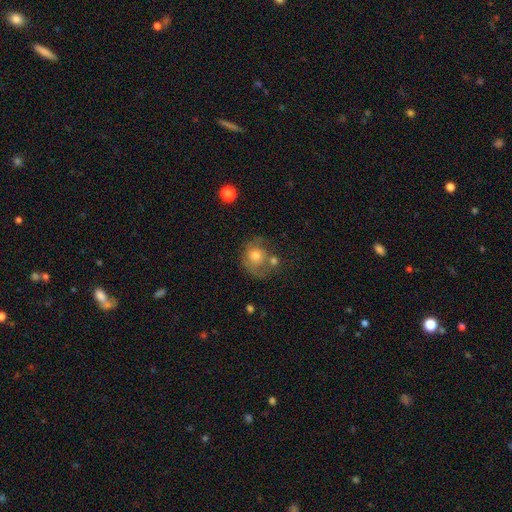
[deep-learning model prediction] smooth_or_featured: smooth (p=0.58) [alt: featured or disk p=0.32]
how_rounded: round (p=0.73) [alt: in between p=0.27]
merging: none (p=0.39) [alt: merger p=0.24]